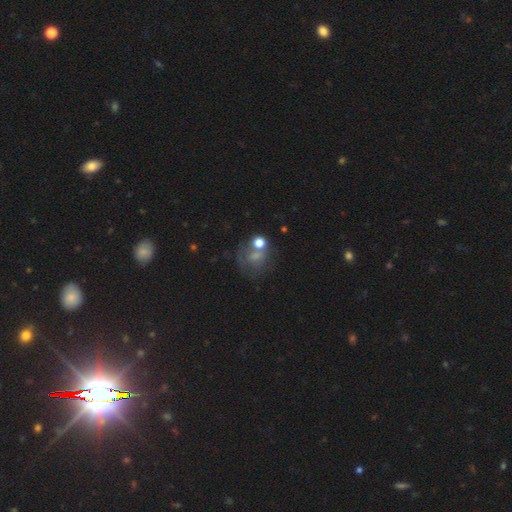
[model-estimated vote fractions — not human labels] smooth-or-featured: smooth: 52% | featured or disk: 29% | star or artifact: 19%
  how-rounded: round: 67% | in between: 32% | cigar-shaped: 1%
  merging: none: 40% | merger: 22% | major disturbance: 20% | minor disturbance: 18%